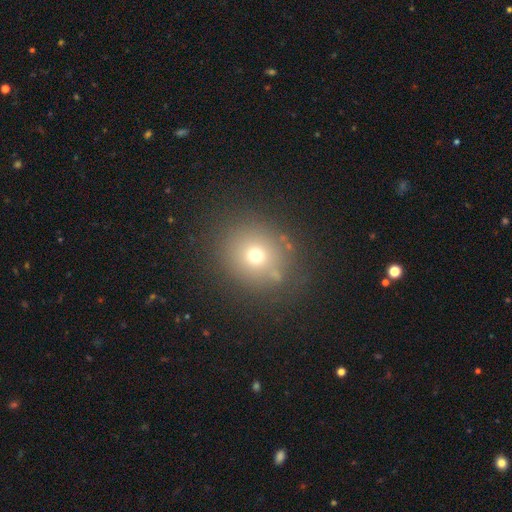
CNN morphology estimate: A smooth galaxy with no disk features (67%) that is round (83%).

Vote fractions:
- Smooth or featured? smooth: 67% / star or artifact: 20% / featured or disk: 13%
- How rounded? round: 83% / in between: 16% / cigar-shaped: 1%
- Merging? none: 81% / minor disturbance: 10% / major disturbance: 5% / merger: 4%